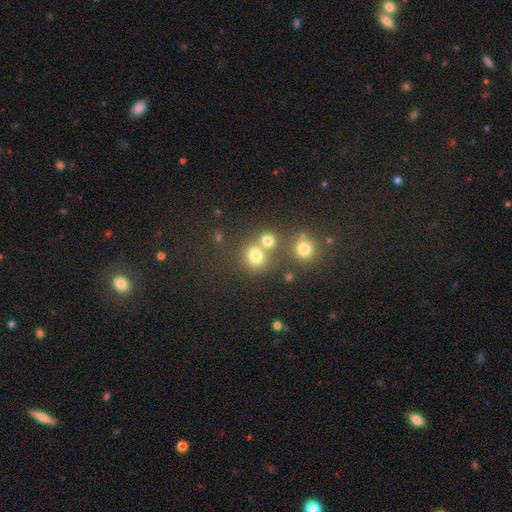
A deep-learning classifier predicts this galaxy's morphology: smooth 75%, star or artifact 16%, featured or disk 8%. Down the decision tree: how rounded — round (86%); merging — none (56%).